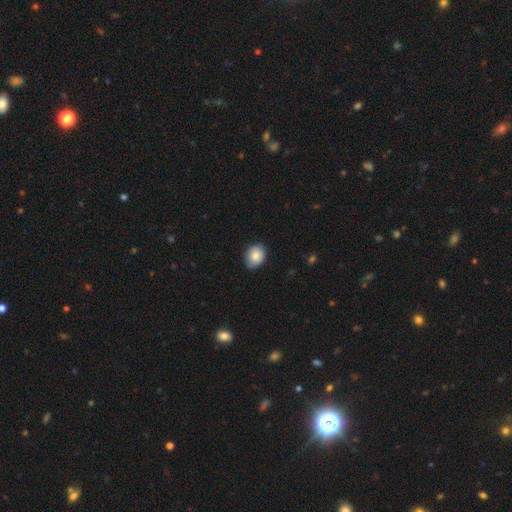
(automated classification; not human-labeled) A smooth galaxy with no disk features (85%) that is in between round and cigar-shaped (60%). Merging: none (83%).